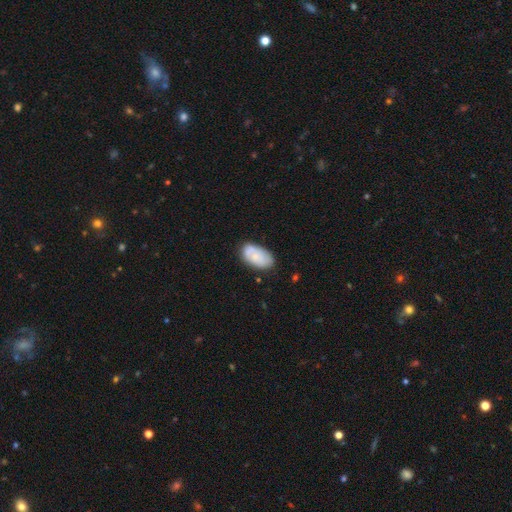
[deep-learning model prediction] A smooth galaxy with no disk features (60%) that is in between round and cigar-shaped (93%). Merging: none (70%).